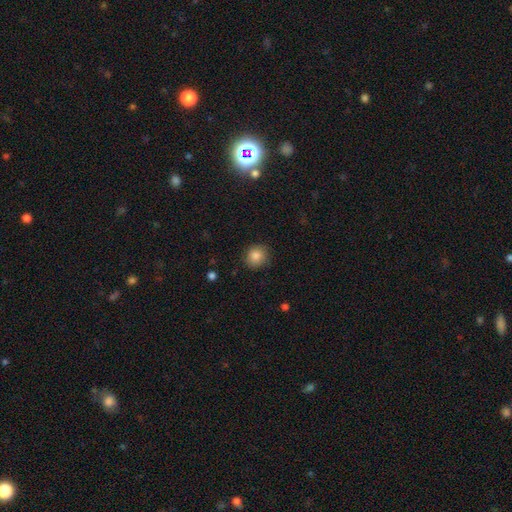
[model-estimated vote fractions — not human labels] smooth 85%, star or artifact 10%, featured or disk 5%. Down the decision tree: how rounded — round (87%); merging — none (87%).